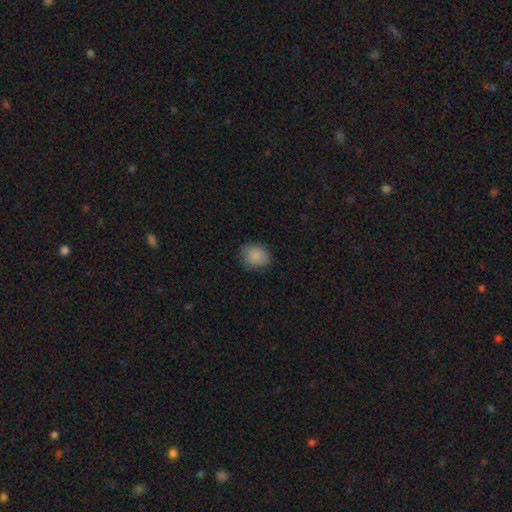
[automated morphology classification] Smooth or featured? Predicted: smooth (p=0.88). How rounded? Predicted: round (p=0.67). Merging? Predicted: none (p=0.83).